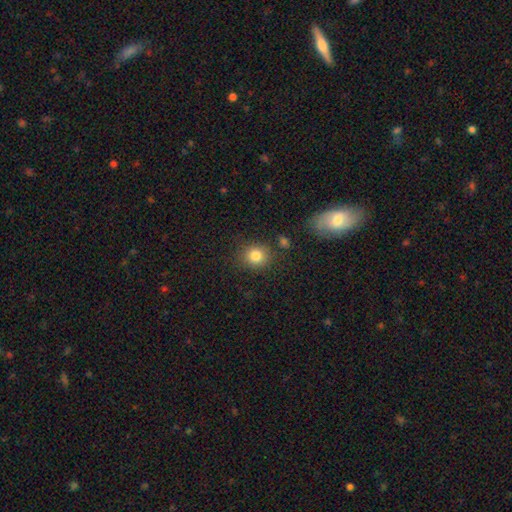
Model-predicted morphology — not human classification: smooth 82%, star or artifact 11%, featured or disk 7%. Down the decision tree: how rounded — round (79%); merging — none (82%).